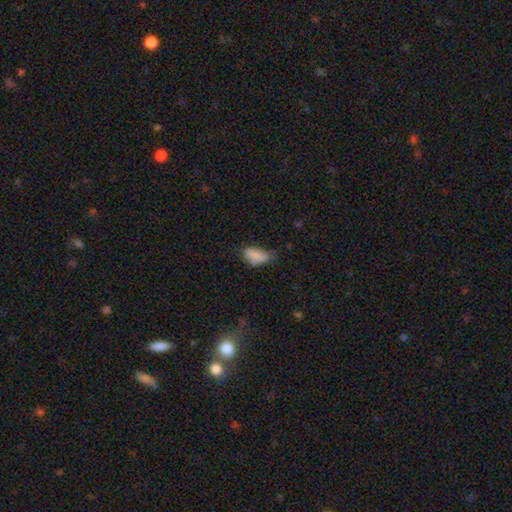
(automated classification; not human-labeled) A smooth galaxy with no disk features (80%) that is in between round and cigar-shaped (91%).

Vote fractions:
- Smooth or featured? smooth: 80% / featured or disk: 11% / star or artifact: 9%
- How rounded? in between: 91% / cigar-shaped: 5% / round: 4%
- Merging? minor disturbance: 41% (tied) / none: 41% (tied) / major disturbance: 14% / merger: 3%